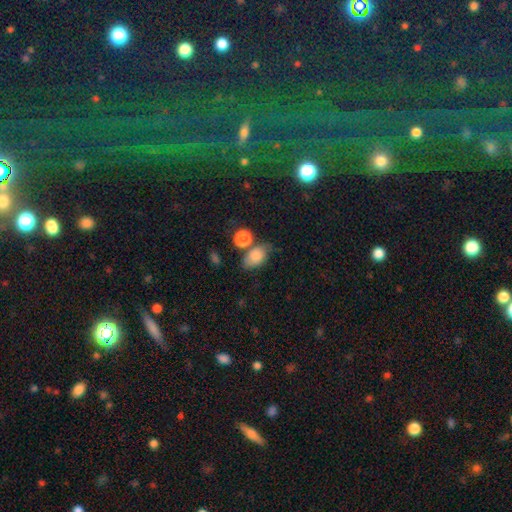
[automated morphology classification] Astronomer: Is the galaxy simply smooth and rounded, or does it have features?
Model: smooth — 80%.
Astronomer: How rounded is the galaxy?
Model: in between — 83%.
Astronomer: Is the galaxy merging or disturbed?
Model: none — 54%.